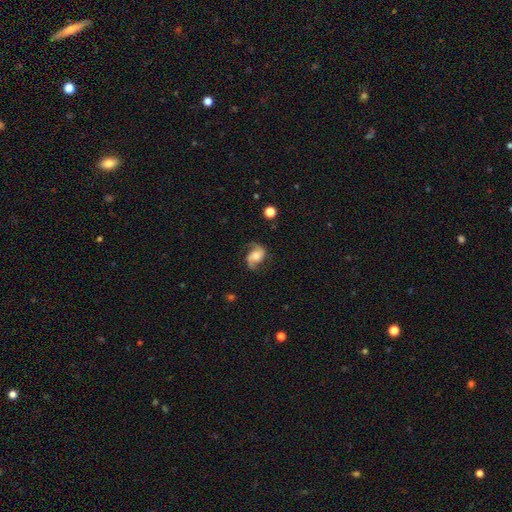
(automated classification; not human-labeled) Overall: featured or disk (84%). Edge-on disk: no (98%). Bar: no (59%; weak 32%). Spiral arms: yes (97%). Spiral arm count: 2 (90%). Spiral winding: medium (45%; loose 43%). Bulge size: moderate (55%; small 25%). Merging: none (74%).